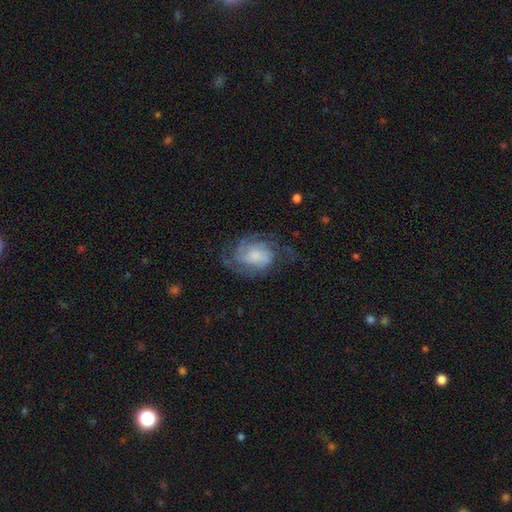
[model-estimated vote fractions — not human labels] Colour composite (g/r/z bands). It shows a featured or disk galaxy (76%) with no bar (66%), 2 (37%) medium (44%) spiral arms (94%) and a small central bulge (36%). Merging: none (59%).